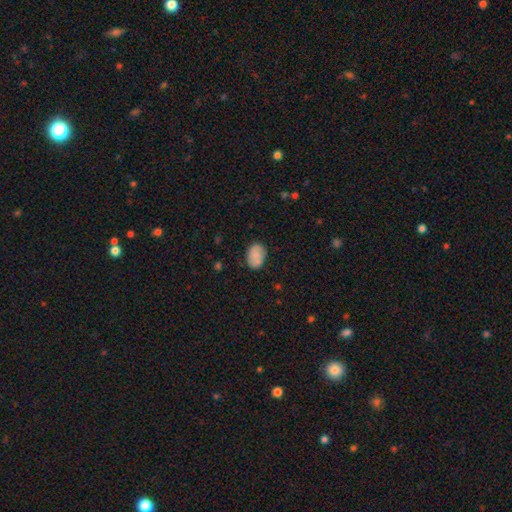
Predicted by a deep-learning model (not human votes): Smooth or featured? smooth (78%)
How rounded? in between (82%)
Merging? none (79%)